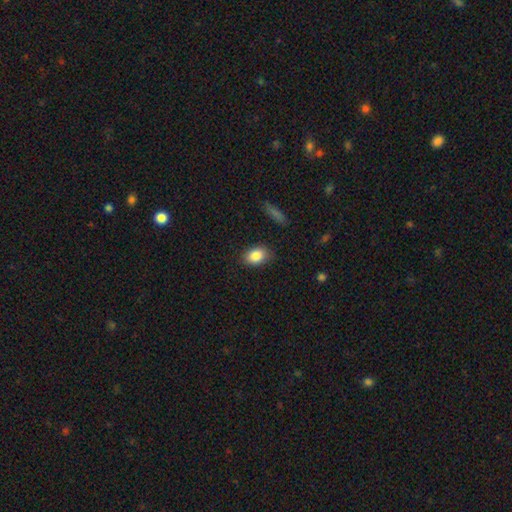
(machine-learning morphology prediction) Smooth or featured? Predicted: smooth (p=0.86). How rounded? Predicted: in between (p=0.80). Merging? Predicted: none (p=0.83).